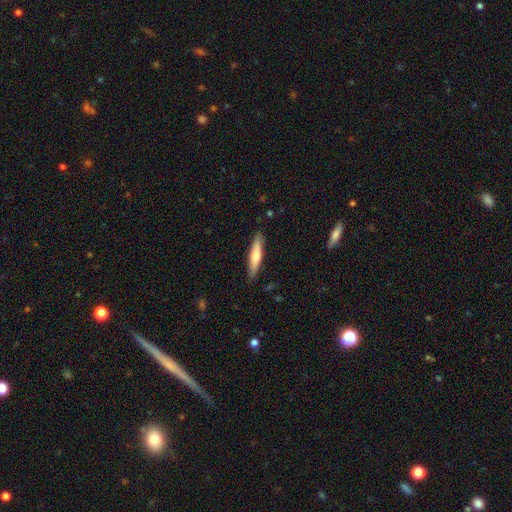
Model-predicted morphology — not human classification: smooth_or_featured: smooth (p=0.66) [alt: featured or disk p=0.28]
how_rounded: cigar-shaped (p=0.87) [alt: in between p=0.12]
merging: none (p=0.88) [alt: minor disturbance p=0.09]